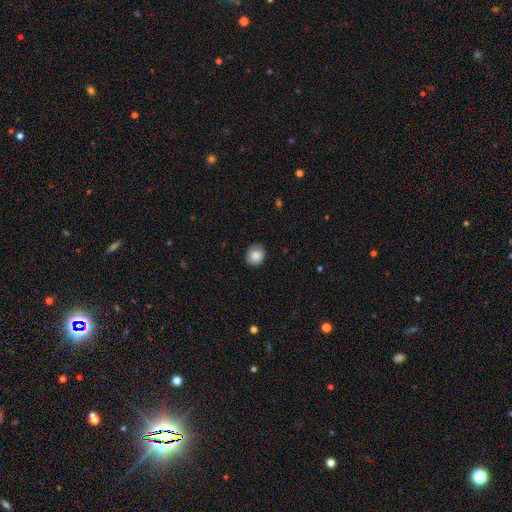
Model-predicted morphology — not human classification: smooth 86%, star or artifact 8%, featured or disk 5%. Down the decision tree: how rounded — round (78%); merging — none (86%).